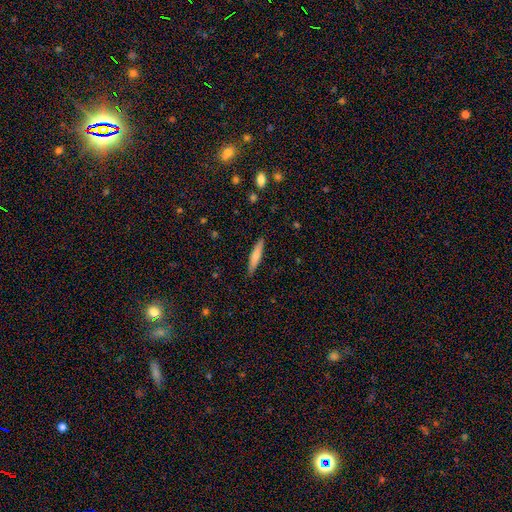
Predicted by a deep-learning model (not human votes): Overall: smooth (69%). How rounded: cigar-shaped (90%). Merging: none (89%).